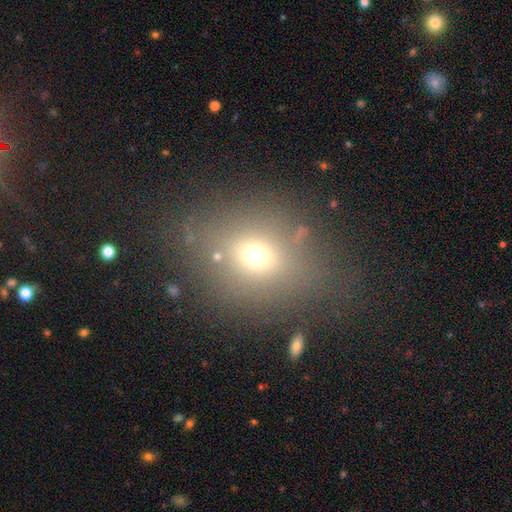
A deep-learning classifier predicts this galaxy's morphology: A smooth galaxy with no disk features (63%) that is round (57%).

Vote fractions:
- Smooth or featured? smooth: 63% / star or artifact: 21% / featured or disk: 16%
- How rounded? round: 57% / in between: 41% / cigar-shaped: 2%
- Merging? none: 75% / minor disturbance: 14% / major disturbance: 7% / merger: 4%